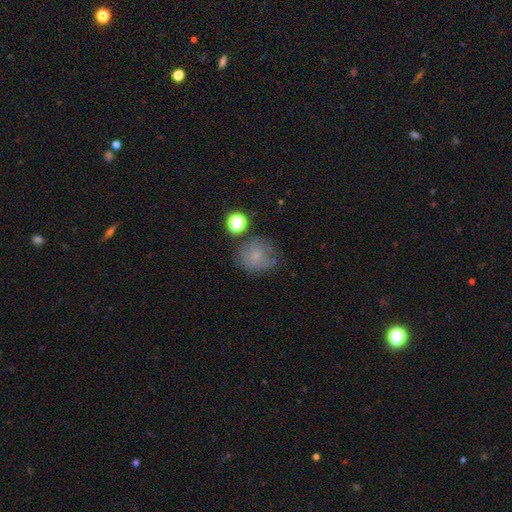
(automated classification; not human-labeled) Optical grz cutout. It shows a smooth galaxy with no disk features (61%) that is round (75%). Merging: none (56%).